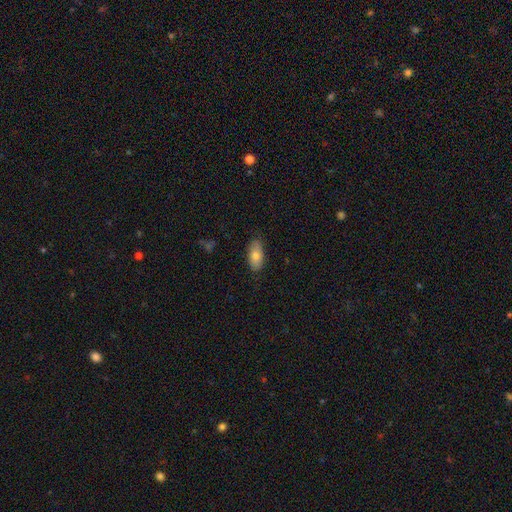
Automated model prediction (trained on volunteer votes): Q: Smooth or featured?
A: smooth (77%); runner-up: featured or disk (16%)
Q: How rounded?
A: in between (91%); runner-up: cigar-shaped (6%)
Q: Merging?
A: none (83%); runner-up: minor disturbance (14%)